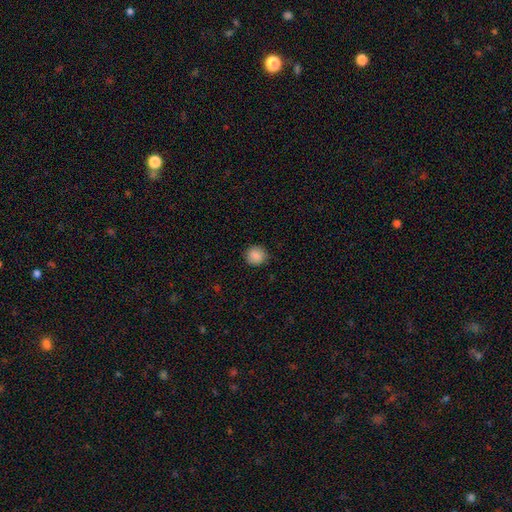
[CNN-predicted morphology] This appears to be a smooth galaxy with no disk features (88%) that is round (91%). Merging: none (88%).